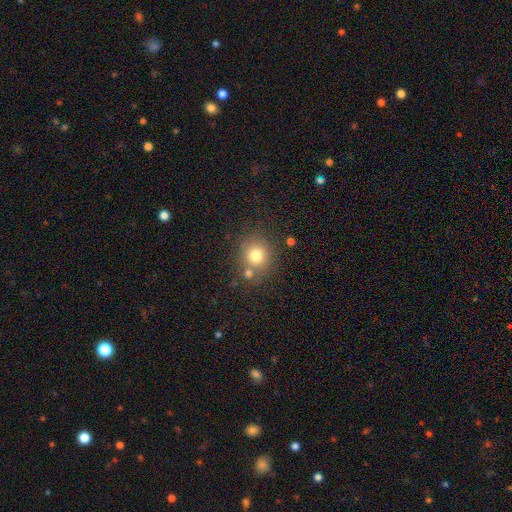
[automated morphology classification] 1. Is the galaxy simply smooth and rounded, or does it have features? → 76% smooth, 13% star or artifact, 11% featured or disk.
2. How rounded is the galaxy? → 83% round, 16% in between, 1% cigar-shaped.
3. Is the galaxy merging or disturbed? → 66% none, 18% merger, 12% minor disturbance, 4% major disturbance.